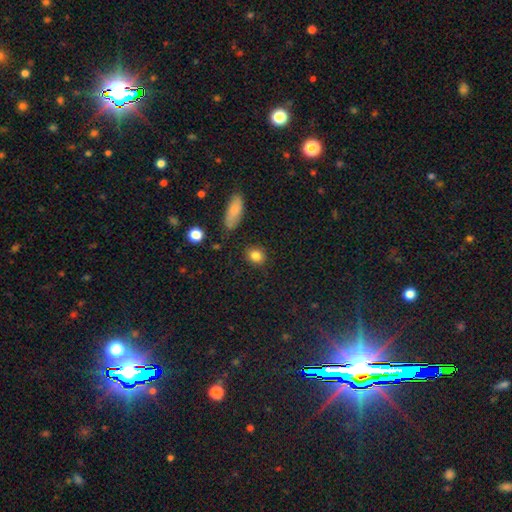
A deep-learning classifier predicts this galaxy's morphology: Q: Smooth or featured?
A: smooth (84%); runner-up: star or artifact (10%)
Q: How rounded?
A: round (61%); runner-up: in between (38%)
Q: Merging?
A: none (85%); runner-up: minor disturbance (10%)